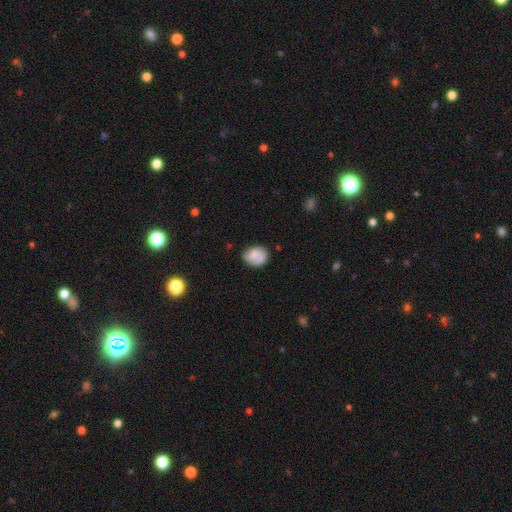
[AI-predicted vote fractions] Smooth or featured? smooth (56%)
How rounded? round (57%)
Merging? none (66%)